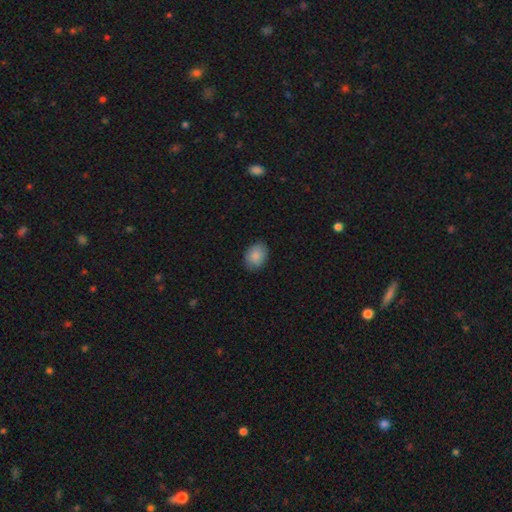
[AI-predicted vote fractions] smooth-or-featured: smooth: 87% | star or artifact: 7% | featured or disk: 6%
  how-rounded: in between: 59% | round: 40% | cigar-shaped: 1%
  merging: none: 84% | minor disturbance: 13% | major disturbance: 2% | merger: 1%